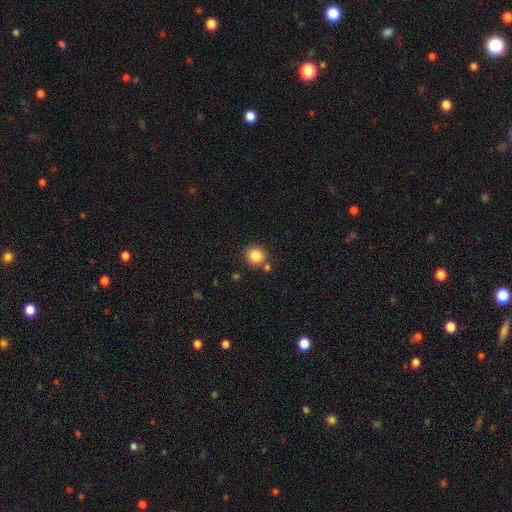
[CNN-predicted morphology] smooth 84%, star or artifact 10%, featured or disk 6%. Down the decision tree: how rounded — round (92%); merging — none (79%).